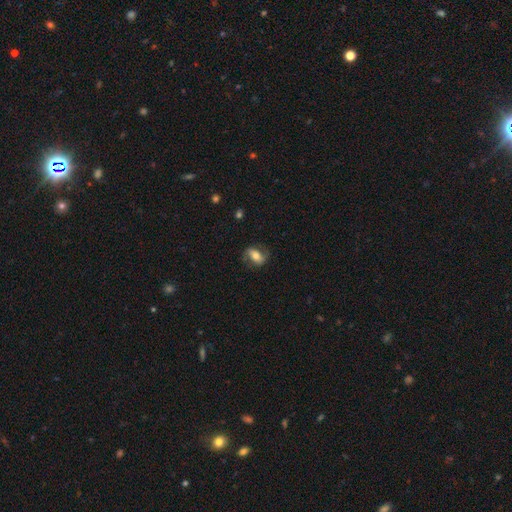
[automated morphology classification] The model was most divided on "smooth or featured": featured or disk: 48%, smooth: 44%, star or artifact: 8%. More confident: merging — none (72%).